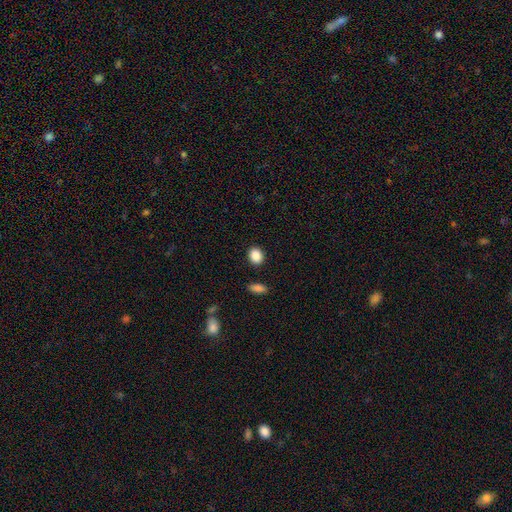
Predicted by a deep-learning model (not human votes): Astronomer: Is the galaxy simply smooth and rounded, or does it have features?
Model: smooth — 88%.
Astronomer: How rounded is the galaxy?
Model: round — 53% (runner-up: in between, 46%).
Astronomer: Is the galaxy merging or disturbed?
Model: none — 88%.